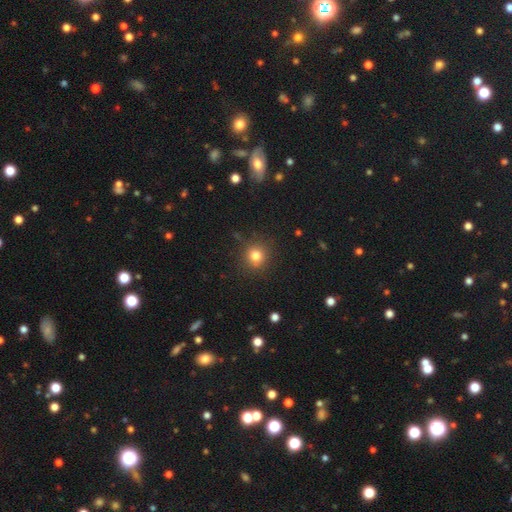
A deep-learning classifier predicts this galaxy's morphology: The model was most divided on "smooth or featured": smooth: 80%, star or artifact: 13%, featured or disk: 7%. More confident: how rounded — round (89%); merging — none (87%).